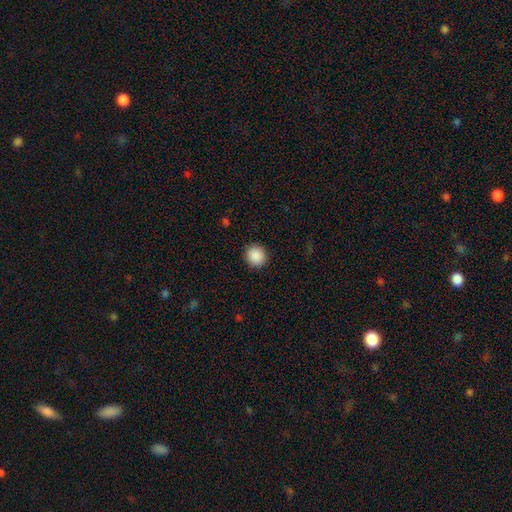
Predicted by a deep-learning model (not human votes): A smooth galaxy with no disk features (89%) that is round (89%).

Vote fractions:
- Smooth or featured? smooth: 89% / star or artifact: 8% / featured or disk: 2%
- How rounded? round: 89% / in between: 10% / cigar-shaped: 1%
- Merging? none: 91% / minor disturbance: 6% / major disturbance: 2% / merger: 1%